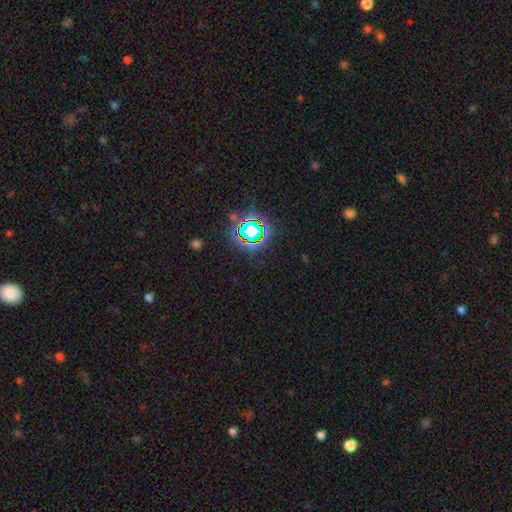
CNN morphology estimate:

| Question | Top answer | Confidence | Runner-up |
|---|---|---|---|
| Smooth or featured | star or artifact | 80% | smooth (14%) |